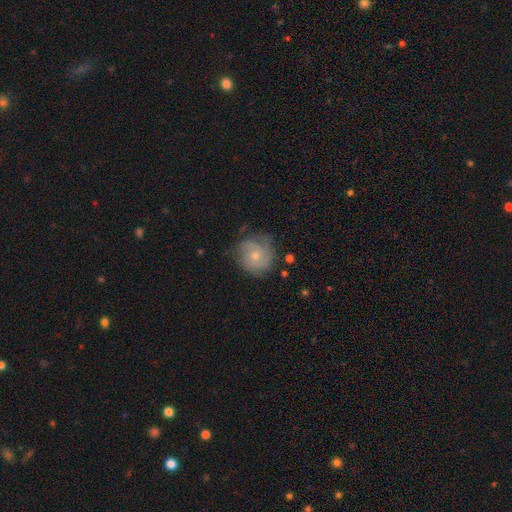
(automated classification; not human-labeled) Overall: featured or disk (68%). Edge-on disk: no (98%). Bar: no (77%). Spiral arms: yes (91%). Spiral arm count: 2 (31%; 3 27%). Spiral winding: tight (50%; medium 37%). Bulge size: small (59%; moderate 36%). Merging: none (68%).